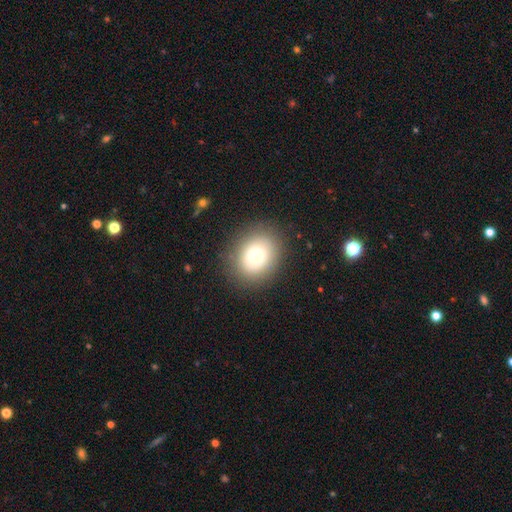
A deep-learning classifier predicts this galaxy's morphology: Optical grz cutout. It shows a smooth galaxy with no disk features (76%) that is round (63%). Merging: none (85%).